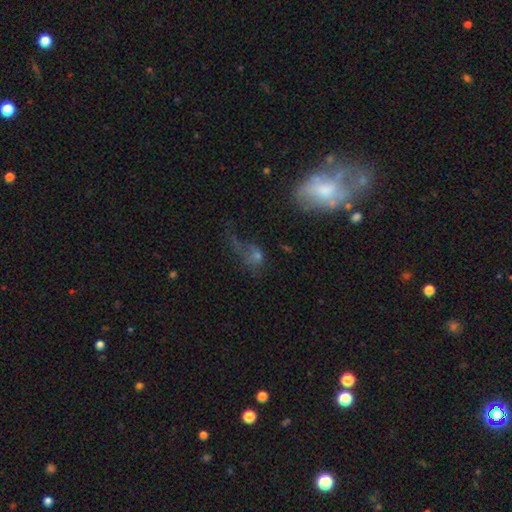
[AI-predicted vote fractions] Smooth or featured?
  - smooth: 45% *
  - featured or disk: 34%
  - star or artifact: 21%
Merging?
  - major disturbance: 42% *
  - none: 30%
  - minor disturbance: 18%
  - merger: 11%